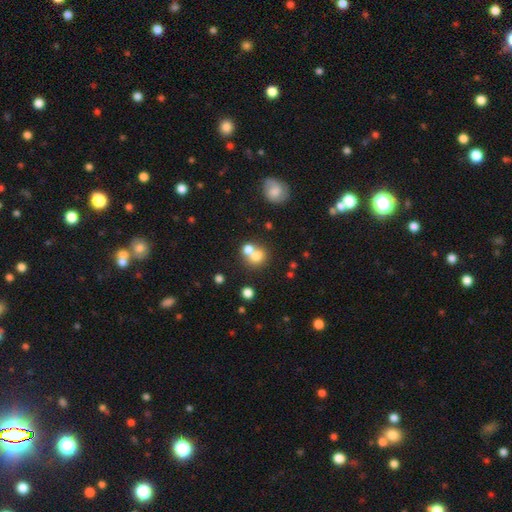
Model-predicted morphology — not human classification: A smooth galaxy with no disk features (73%) that is round (74%).

Vote fractions:
- Smooth or featured? smooth: 73% / featured or disk: 15% / star or artifact: 12%
- How rounded? round: 74% / in between: 25% / cigar-shaped: 1%
- Merging? merger: 52% / none: 37% / minor disturbance: 7% / major disturbance: 4%